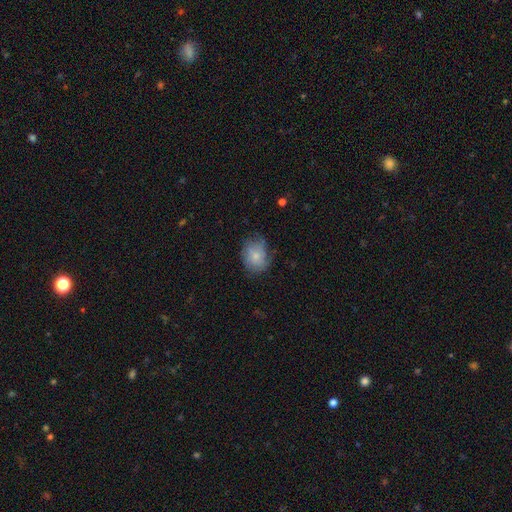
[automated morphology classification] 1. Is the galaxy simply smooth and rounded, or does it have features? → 67% smooth, 25% featured or disk, 8% star or artifact.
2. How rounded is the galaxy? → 51% round, 48% in between, 1% cigar-shaped.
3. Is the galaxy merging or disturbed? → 57% none, 31% minor disturbance, 11% major disturbance, 1% merger.